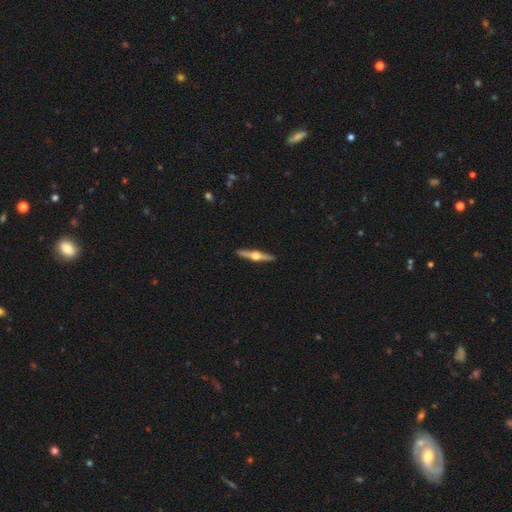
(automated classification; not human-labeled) This is likely a featured or disk galaxy (79%). It is clearly viewed edge-on (98%). Edge-on bulge: clearly rounded (96%). Merging: clearly none (92%).